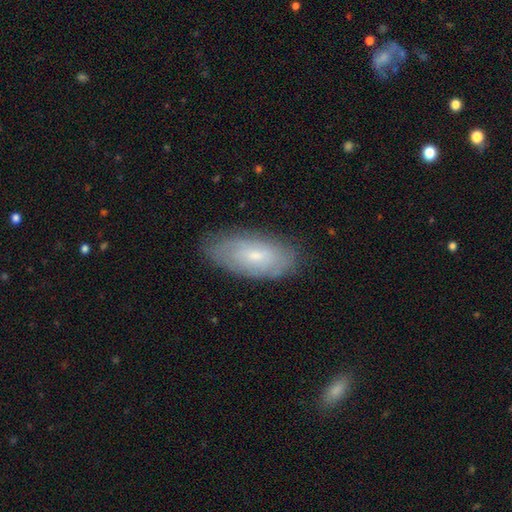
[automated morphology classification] smooth-or-featured: smooth: 50% | featured or disk: 43% | star or artifact: 7%
  merging: none: 78% | minor disturbance: 17% | major disturbance: 4% | merger: 1%